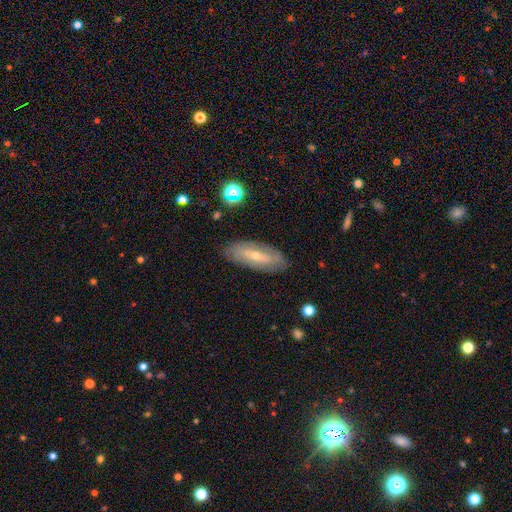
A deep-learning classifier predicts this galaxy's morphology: smooth_or_featured: featured or disk (p=0.59) [alt: smooth p=0.33]
disk_edge_on: no (p=0.77) [alt: yes p=0.23]
merging: none (p=0.84) [alt: minor disturbance p=0.12]